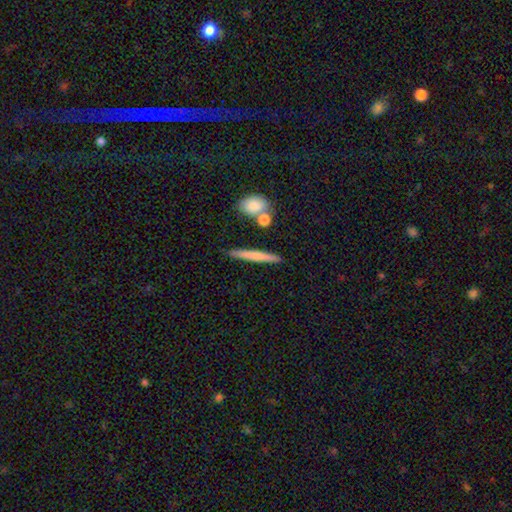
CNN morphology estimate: A smooth galaxy with no disk features (62%) that is cigar-shaped (91%).

Vote fractions:
- Smooth or featured? smooth: 62% / featured or disk: 31% / star or artifact: 7%
- How rounded? cigar-shaped: 91% / in between: 5% / round: 3%
- Merging? none: 82% / minor disturbance: 9% / merger: 7% / major disturbance: 2%